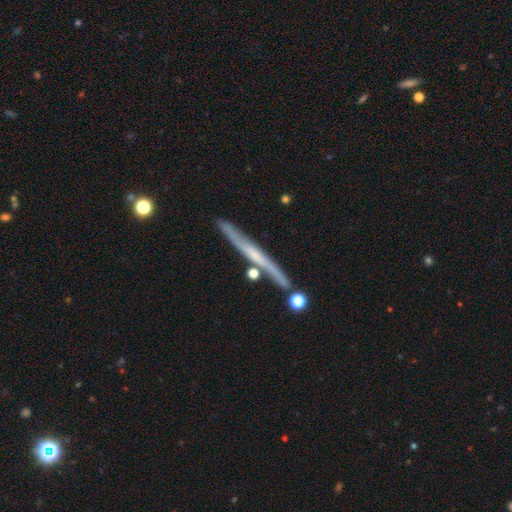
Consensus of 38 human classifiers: featured or disk 53%, smooth 42%, star or artifact 5%. Down the decision tree: edge-on disk — yes (90%); edge-on bulge — none (78%); merging — none (81%).